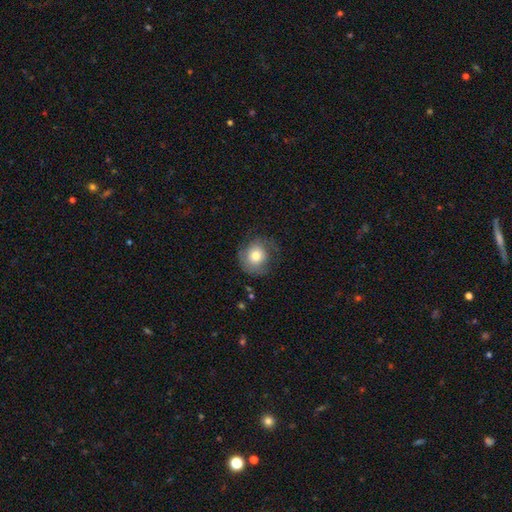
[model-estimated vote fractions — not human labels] A smooth galaxy with no disk features (67%) that is round (84%).

Vote fractions:
- Smooth or featured? smooth: 67% / featured or disk: 26% / star or artifact: 8%
- How rounded? round: 84% / in between: 15% / cigar-shaped: 1%
- Merging? none: 61% / minor disturbance: 23% / major disturbance: 15% / merger: 1%